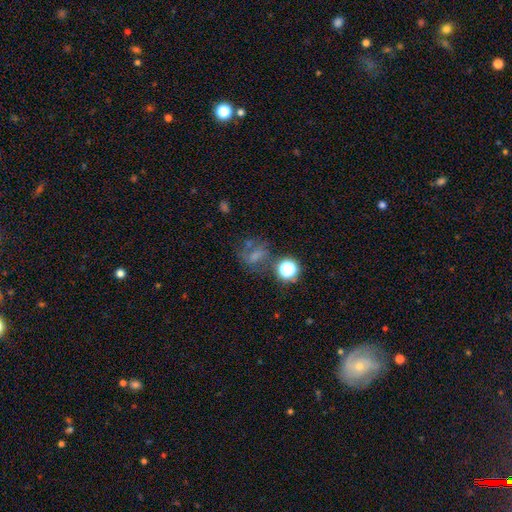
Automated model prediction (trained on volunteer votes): Smooth or featured?
  - smooth: 47% *
  - featured or disk: 27%
  - star or artifact: 26%
Merging?
  - none: 48% *
  - minor disturbance: 20%
  - major disturbance: 20%
  - merger: 12%